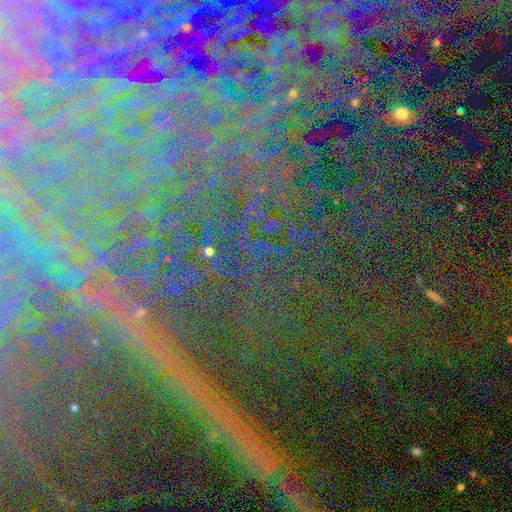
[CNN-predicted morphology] Smooth or featured?
  - star or artifact: 83% *
  - featured or disk: 9%
  - smooth: 7%